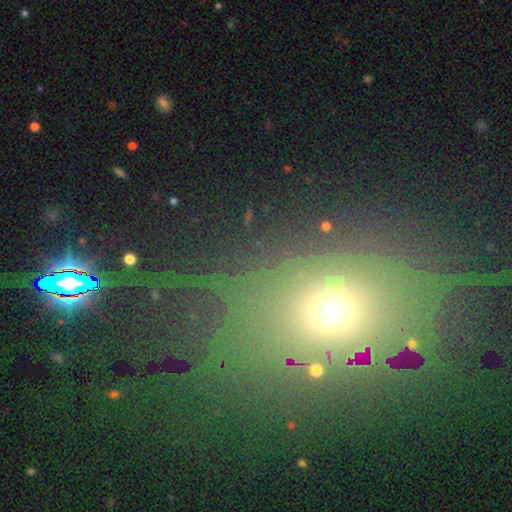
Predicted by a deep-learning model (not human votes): The model was most divided on "how rounded": round: 50%, in between: 47%, cigar-shaped: 3%. More confident: merging — none (73%); smooth or featured — smooth (50%).